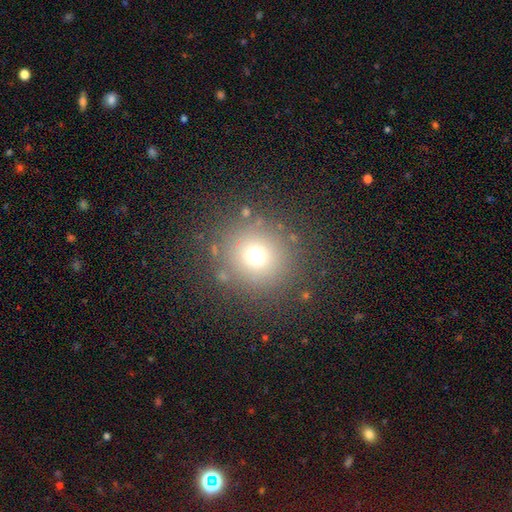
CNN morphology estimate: Q: Smooth or featured?
A: smooth (69%); runner-up: star or artifact (20%)
Q: How rounded?
A: round (90%); runner-up: in between (9%)
Q: Merging?
A: none (84%); runner-up: minor disturbance (9%)